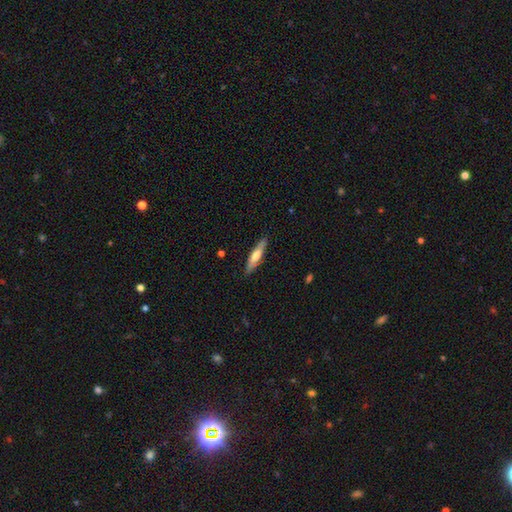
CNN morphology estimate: This is possibly a smooth galaxy (54%). How rounded: clearly cigar-shaped (81%). Merging: clearly none (86%).